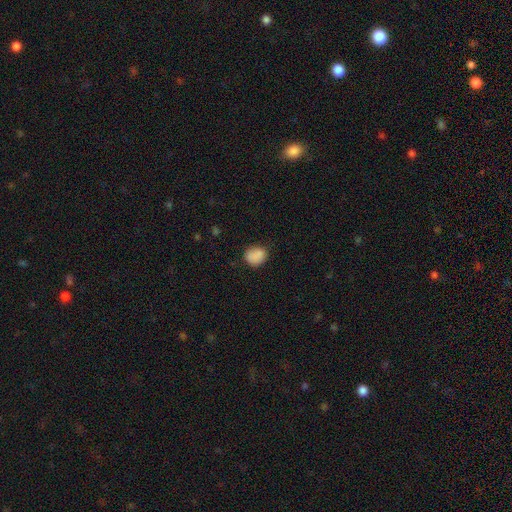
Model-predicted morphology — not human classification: smooth-or-featured: smooth: 85% | star or artifact: 9% | featured or disk: 5%
  how-rounded: round: 64% | in between: 35% | cigar-shaped: 1%
  merging: none: 74% | minor disturbance: 19% | major disturbance: 4% | merger: 3%